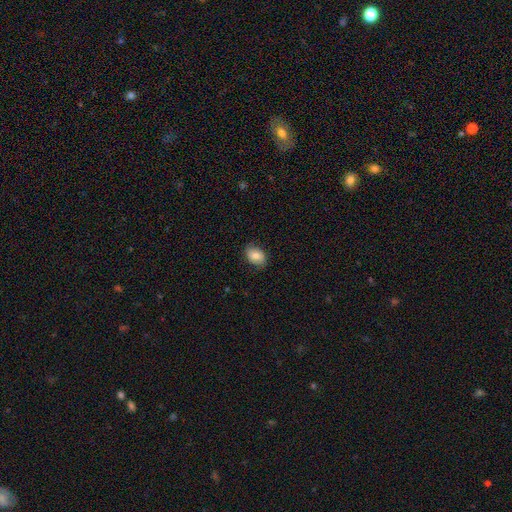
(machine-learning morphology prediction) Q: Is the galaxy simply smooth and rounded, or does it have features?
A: smooth — 76%.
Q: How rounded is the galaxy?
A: in between — 75%.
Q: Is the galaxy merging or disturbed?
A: none — 81%.